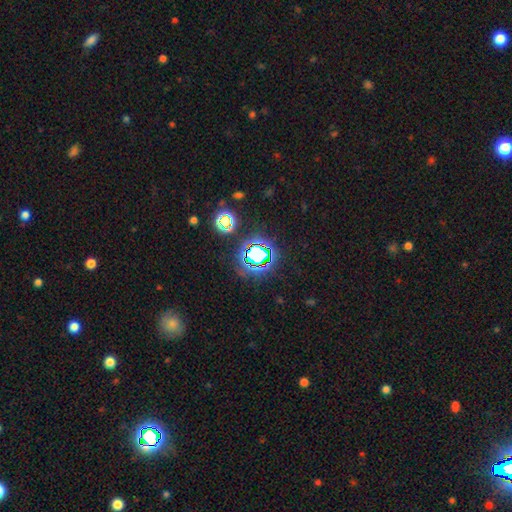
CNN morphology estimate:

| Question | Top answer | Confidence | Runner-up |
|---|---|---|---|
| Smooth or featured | star or artifact | 63% | smooth (25%) |